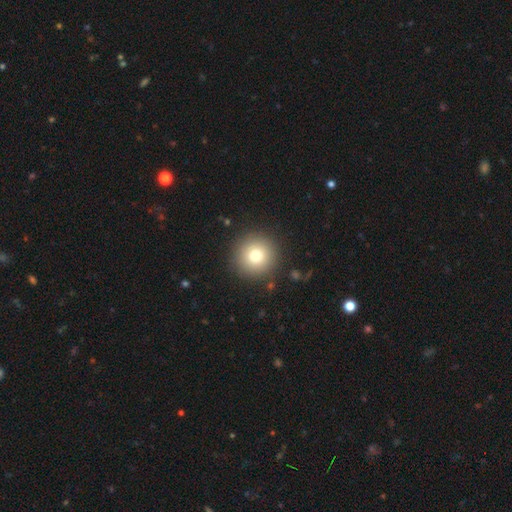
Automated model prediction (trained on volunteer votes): Smooth or featured? smooth (78%)
How rounded? round (96%)
Merging? none (90%)